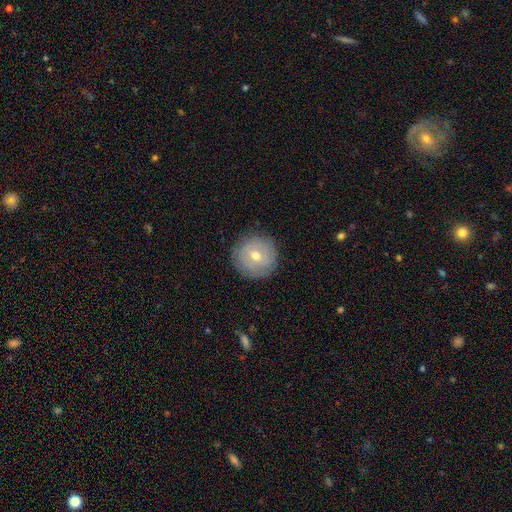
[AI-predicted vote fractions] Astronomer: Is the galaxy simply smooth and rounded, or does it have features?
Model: featured or disk — 45%, tied with smooth at 45%.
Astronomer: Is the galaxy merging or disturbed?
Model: none — 86%.